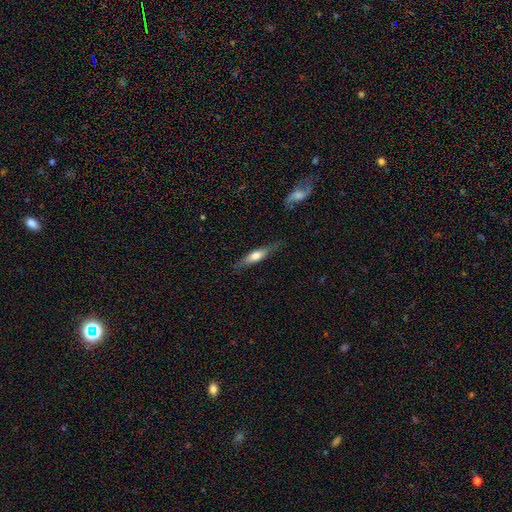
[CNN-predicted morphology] Smooth or featured: smooth — 55% (featured or disk — 39%)
How rounded: cigar-shaped — 70% (in between — 28%)
Merging: none — 75% (minor disturbance — 19%)